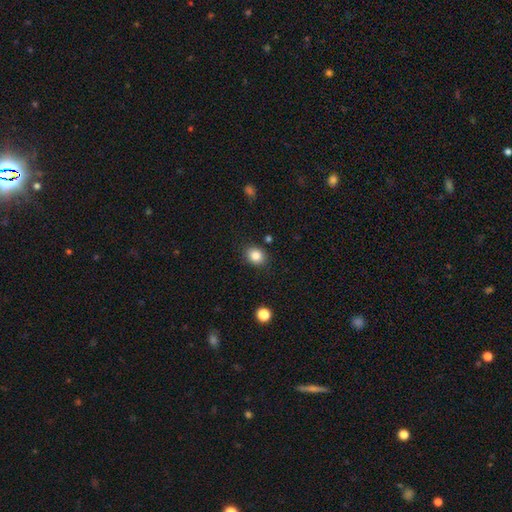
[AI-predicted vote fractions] Q: Smooth or featured?
A: smooth (85%); runner-up: star or artifact (10%)
Q: How rounded?
A: round (56%); runner-up: in between (43%)
Q: Merging?
A: none (86%); runner-up: minor disturbance (9%)